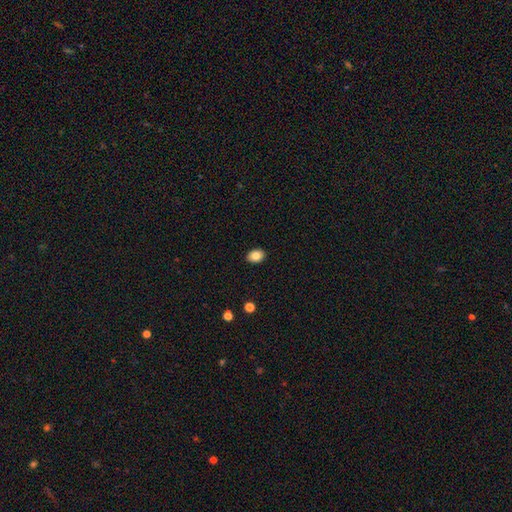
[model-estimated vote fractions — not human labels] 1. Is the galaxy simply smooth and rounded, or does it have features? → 84% smooth, 9% star or artifact, 7% featured or disk.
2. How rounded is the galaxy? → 72% in between, 28% round, 1% cigar-shaped.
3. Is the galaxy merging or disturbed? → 90% none, 7% minor disturbance, 2% major disturbance, 1% merger.